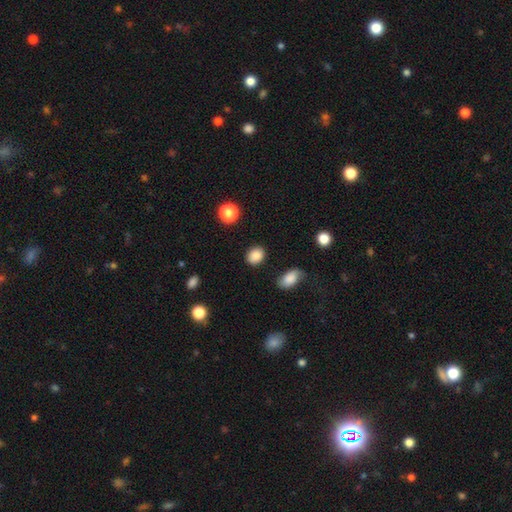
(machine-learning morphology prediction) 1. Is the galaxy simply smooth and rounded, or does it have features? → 86% smooth, 9% star or artifact, 5% featured or disk.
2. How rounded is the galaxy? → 51% in between, 48% round, 1% cigar-shaped.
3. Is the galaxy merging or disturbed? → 85% none, 10% minor disturbance, 3% major disturbance, 2% merger.